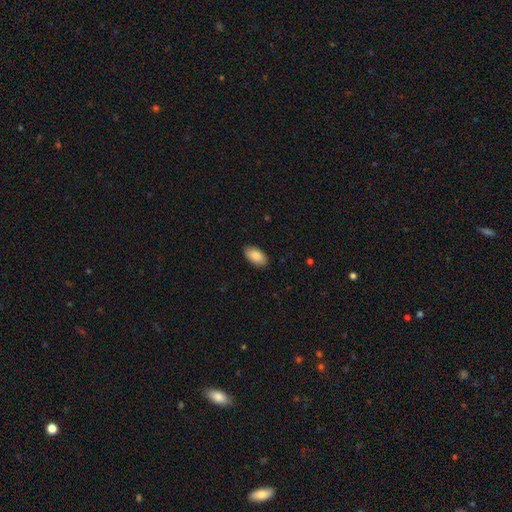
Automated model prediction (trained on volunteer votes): Smooth or featured?
  - smooth: 88% *
  - star or artifact: 6%
  - featured or disk: 6%
How rounded?
  - in between: 95% *
  - round: 3%
  - cigar-shaped: 2%
Merging?
  - none: 88% *
  - minor disturbance: 9%
  - major disturbance: 2%
  - merger: 1%